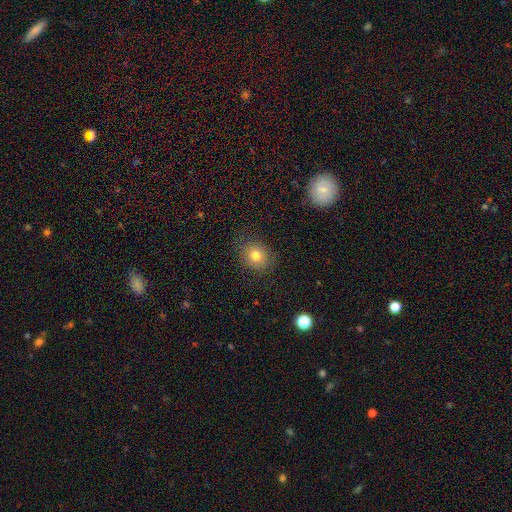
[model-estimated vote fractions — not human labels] smooth-or-featured: smooth: 77% | star or artifact: 12% | featured or disk: 11%
  how-rounded: round: 68% | in between: 31% | cigar-shaped: 1%
  merging: none: 81% | minor disturbance: 13% | major disturbance: 5% | merger: 1%